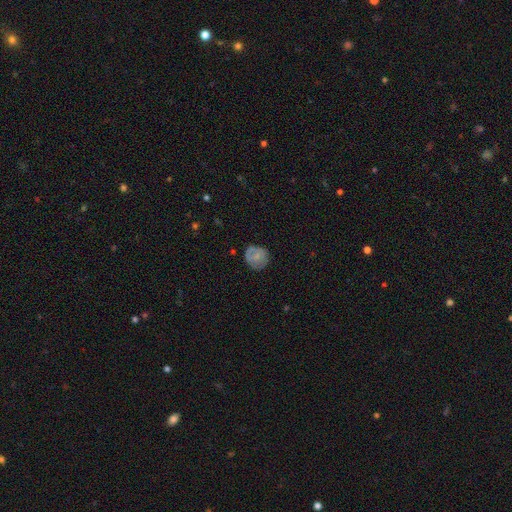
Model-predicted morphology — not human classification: Smooth or featured?
  - smooth: 66% *
  - featured or disk: 26%
  - star or artifact: 8%
How rounded?
  - round: 84% *
  - in between: 15%
  - cigar-shaped: 1%
Merging?
  - none: 74% *
  - minor disturbance: 19%
  - major disturbance: 6%
  - merger: 1%